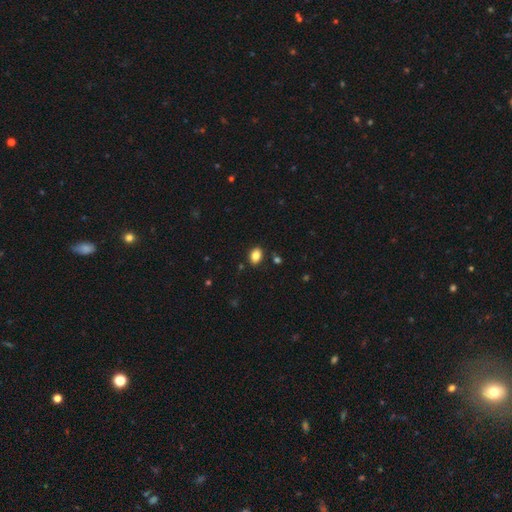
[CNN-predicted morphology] Smooth or featured?
  - smooth: 85% *
  - star or artifact: 9%
  - featured or disk: 6%
How rounded?
  - in between: 75% *
  - round: 24%
  - cigar-shaped: 1%
Merging?
  - none: 86% *
  - minor disturbance: 9%
  - merger: 2%
  - major disturbance: 2%